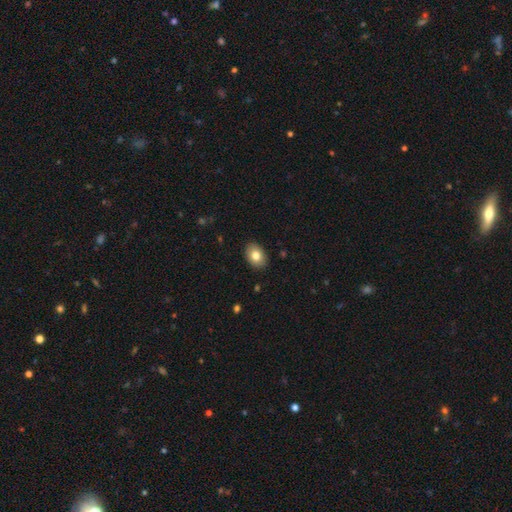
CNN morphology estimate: A smooth galaxy with no disk features (80%) that is in between round and cigar-shaped (77%). Merging: none (89%).